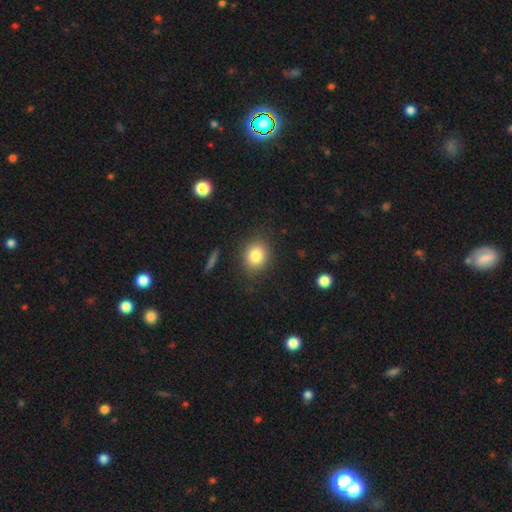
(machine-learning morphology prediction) smooth_or_featured: smooth (p=0.82) [alt: star or artifact p=0.10]
how_rounded: round (p=0.64) [alt: in between p=0.35]
merging: none (p=0.86) [alt: minor disturbance p=0.09]